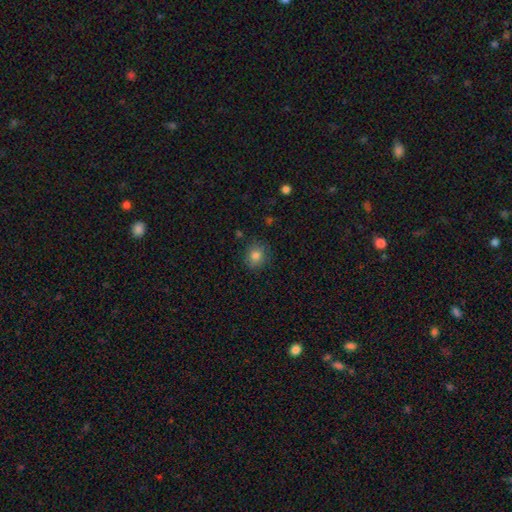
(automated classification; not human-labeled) Morphology: type=smooth (83%); roundness=round (81%); merging=none (85%).